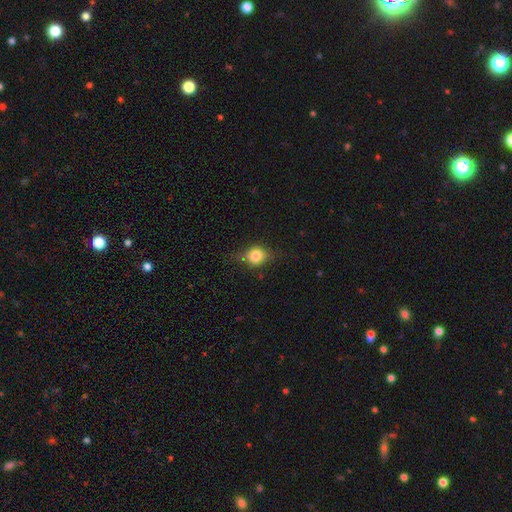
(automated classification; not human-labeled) This appears to be a smooth galaxy with no disk features (75%) that is round (67%). Merging: none (65%).